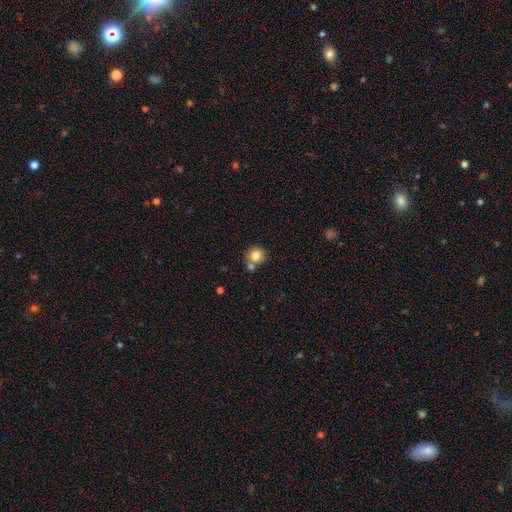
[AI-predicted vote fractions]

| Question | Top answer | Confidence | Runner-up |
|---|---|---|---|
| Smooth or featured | smooth | 80% | star or artifact (10%) |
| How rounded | round | 88% | in between (11%) |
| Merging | none | 63% | merger (24%) |